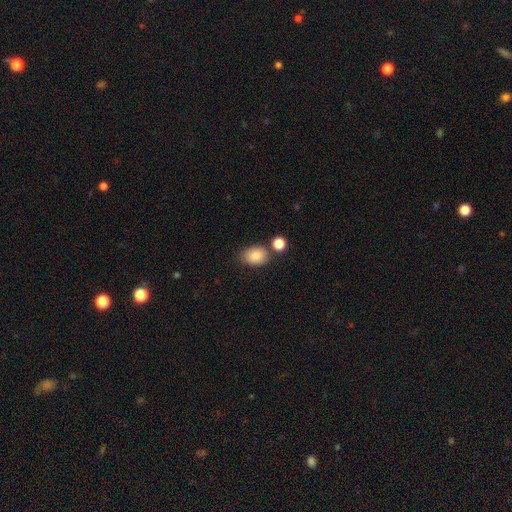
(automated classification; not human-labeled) A smooth galaxy with no disk features (86%) that is in between round and cigar-shaped (78%). Merging: none (67%).